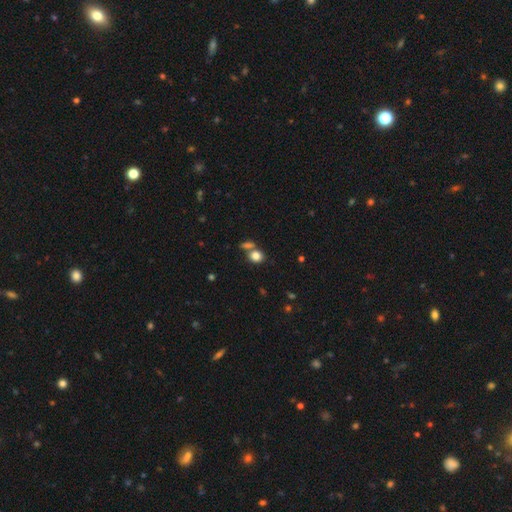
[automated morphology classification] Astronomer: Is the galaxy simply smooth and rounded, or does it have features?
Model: smooth — 81%.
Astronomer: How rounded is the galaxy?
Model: round — 66%.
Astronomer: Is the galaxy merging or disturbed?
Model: none — 57%.